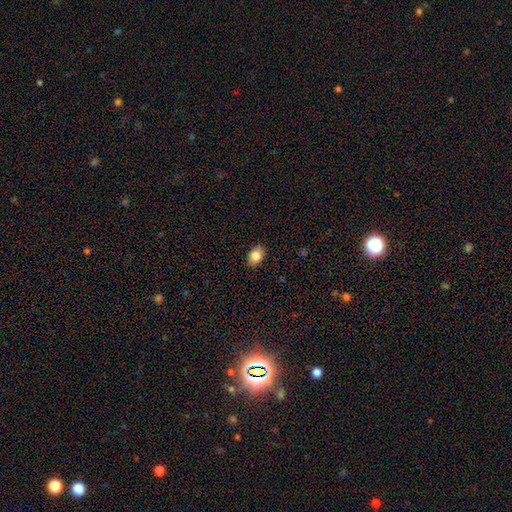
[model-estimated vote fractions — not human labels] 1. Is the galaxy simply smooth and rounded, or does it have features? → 85% smooth, 8% star or artifact, 7% featured or disk.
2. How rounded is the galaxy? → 85% in between, 14% round, 1% cigar-shaped.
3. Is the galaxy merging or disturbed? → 88% none, 9% minor disturbance, 2% major disturbance, 1% merger.